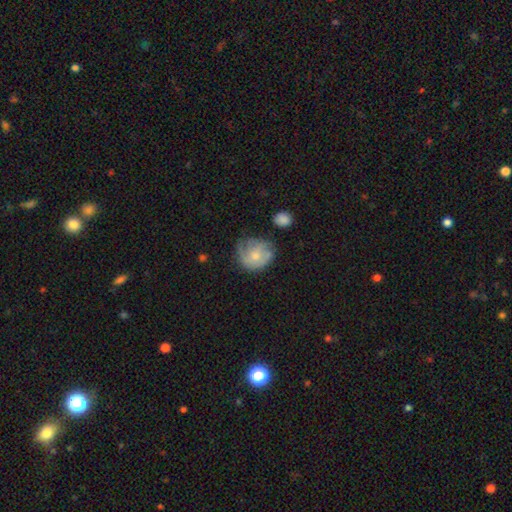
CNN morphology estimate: Q: Smooth or featured?
A: featured or disk (49%); runner-up: smooth (44%)
Q: Merging?
A: none (53%); runner-up: minor disturbance (28%)